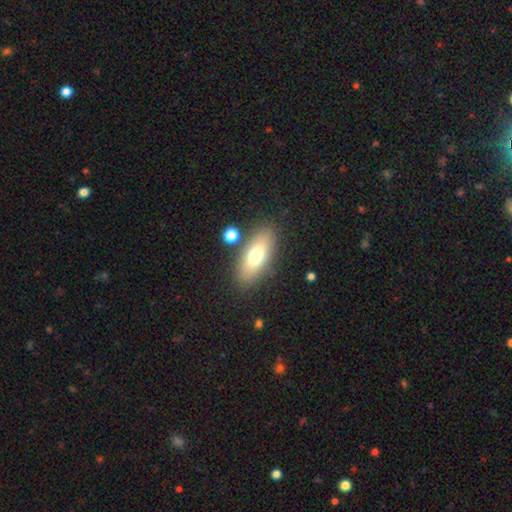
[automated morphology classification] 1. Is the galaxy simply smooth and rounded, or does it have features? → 69% smooth, 22% featured or disk, 8% star or artifact.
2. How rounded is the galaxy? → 78% in between, 18% cigar-shaped, 4% round.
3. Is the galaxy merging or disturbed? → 81% none, 10% minor disturbance, 5% merger, 3% major disturbance.